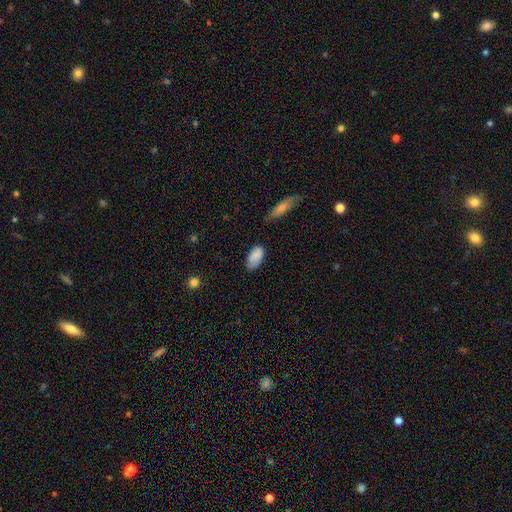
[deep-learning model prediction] This is clearly a smooth galaxy (87%). How rounded: clearly in between (93%). Merging: likely none (68%).